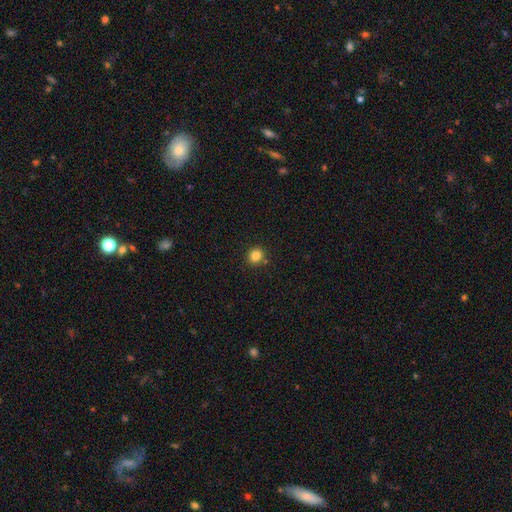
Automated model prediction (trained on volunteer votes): Overall: smooth (84%). How rounded: round (89%). Merging: none (86%).